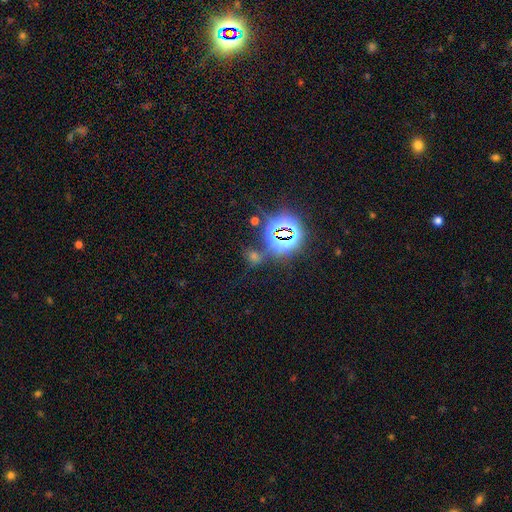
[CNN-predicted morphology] This is likely a star or artifact rather than a galaxy (70%).